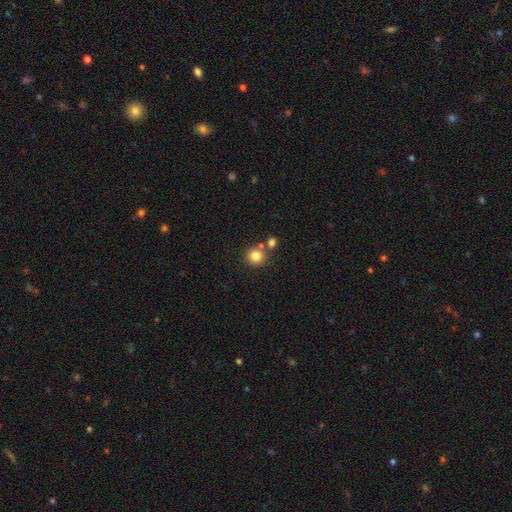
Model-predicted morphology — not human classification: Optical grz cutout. It shows a smooth galaxy with no disk features (83%) that is round (92%). Merging: none (72%).